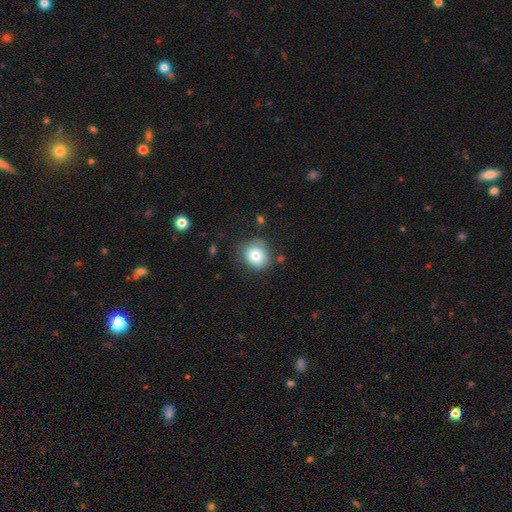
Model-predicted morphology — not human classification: A smooth galaxy with no disk features (78%) that is round (78%). Merging: none (74%).